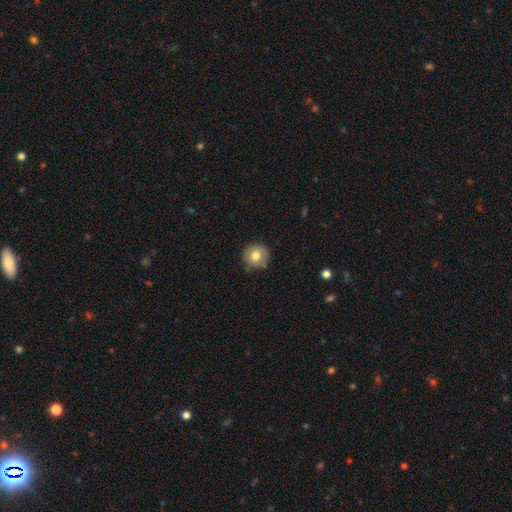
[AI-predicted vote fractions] Smooth or featured? smooth (76%)
How rounded? round (93%)
Merging? none (81%)